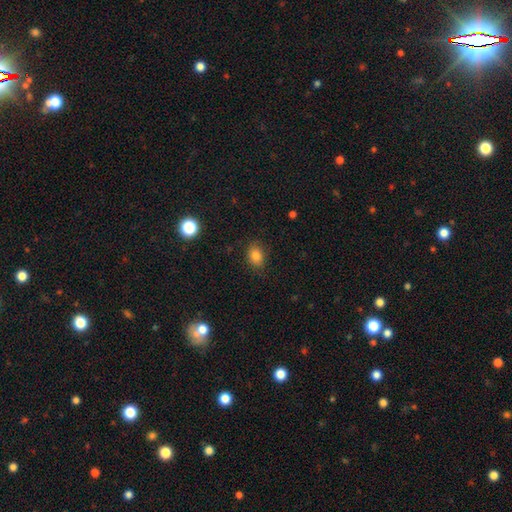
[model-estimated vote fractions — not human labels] Overall: smooth (83%). How rounded: in between (68%; round 31%). Merging: none (83%).